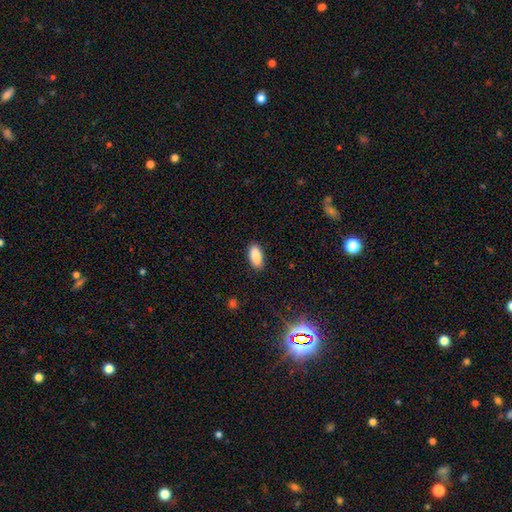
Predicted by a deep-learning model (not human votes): Smooth or featured: smooth — 89% (star or artifact — 7%)
How rounded: in between — 90% (cigar-shaped — 8%)
Merging: none — 88% (minor disturbance — 9%)